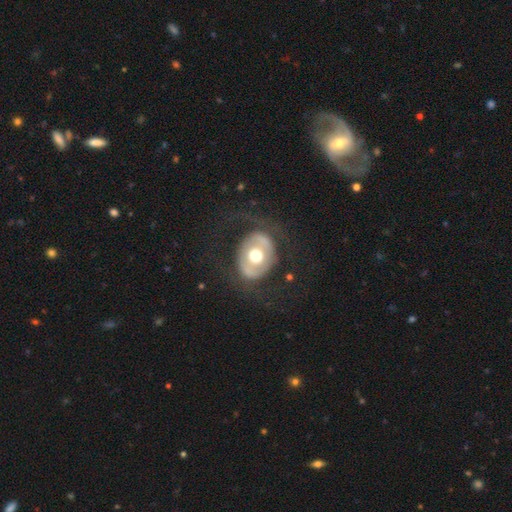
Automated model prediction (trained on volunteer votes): Overall: featured or disk (54%; smooth 40%). Edge-on disk: no (95%). Bar: no (78%). Spiral arms: no (75%). Bulge size: moderate (59%; large 33%). Merging: none (66%).